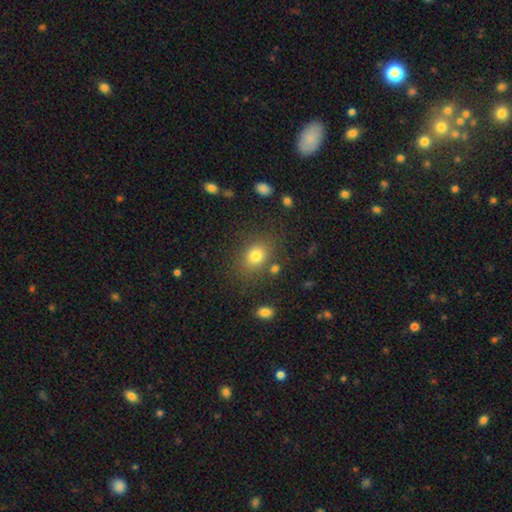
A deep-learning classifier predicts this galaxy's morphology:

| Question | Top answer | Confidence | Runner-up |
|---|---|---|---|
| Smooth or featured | smooth | 78% | star or artifact (13%) |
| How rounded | in between | 52% | round (47%) |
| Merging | none | 77% | minor disturbance (12%) |